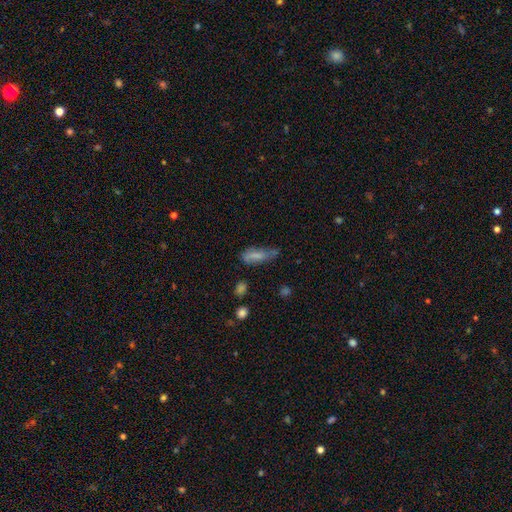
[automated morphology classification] This is likely a smooth galaxy (72%). How rounded: likely in between (63%). Merging: marginally none (43%).